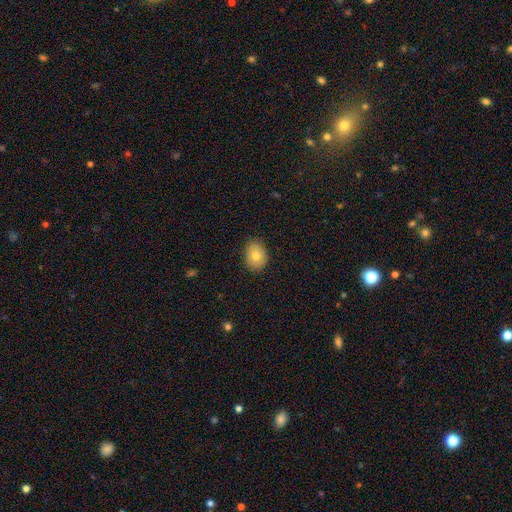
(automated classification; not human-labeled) Smooth or featured? smooth (80%)
How rounded? in between (65%)
Merging? none (88%)